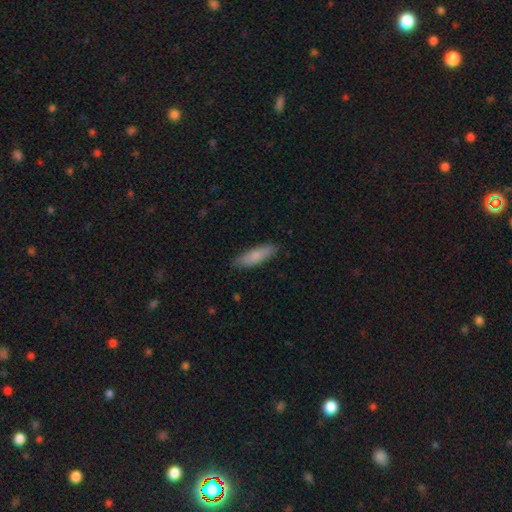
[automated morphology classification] type=smooth (82%); roundness=cigar-shaped (54%); merging=none (85%).